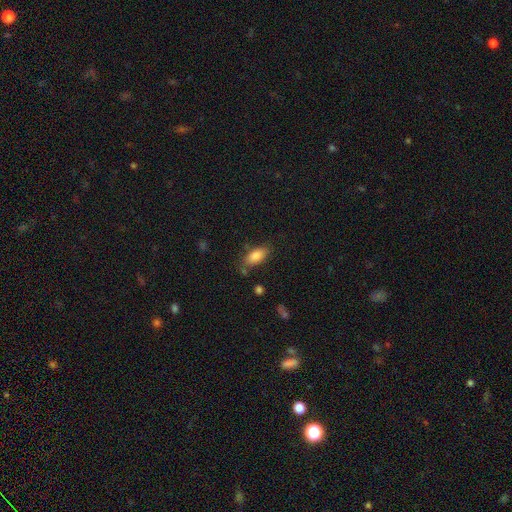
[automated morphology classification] Smooth or featured?
  - smooth: 84% *
  - featured or disk: 8%
  - star or artifact: 7%
How rounded?
  - in between: 88% *
  - cigar-shaped: 8%
  - round: 3%
Merging?
  - none: 74% *
  - minor disturbance: 17%
  - merger: 5%
  - major disturbance: 4%